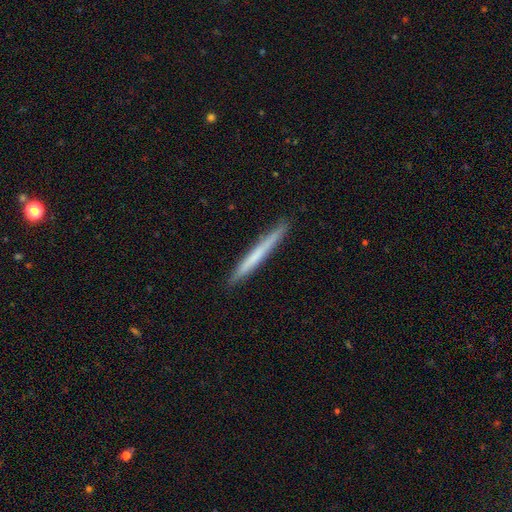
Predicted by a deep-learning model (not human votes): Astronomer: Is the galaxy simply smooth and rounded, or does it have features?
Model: smooth — 58% (runner-up: featured or disk, 36%).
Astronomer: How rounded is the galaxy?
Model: cigar-shaped — 97%.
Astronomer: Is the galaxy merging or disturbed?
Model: none — 91%.